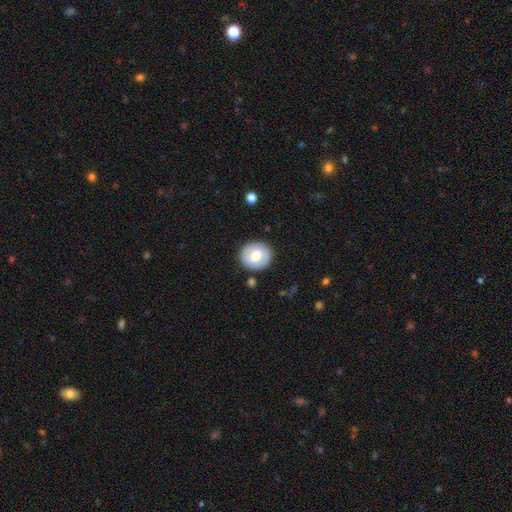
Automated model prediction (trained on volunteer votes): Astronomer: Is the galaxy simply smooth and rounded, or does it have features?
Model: smooth — 56% (runner-up: featured or disk, 38%).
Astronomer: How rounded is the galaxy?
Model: round — 83%.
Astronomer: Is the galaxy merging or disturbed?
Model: none — 86%.